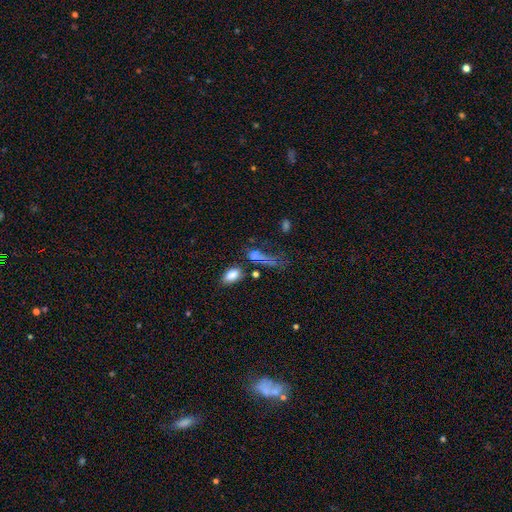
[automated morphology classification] This appears to be a smooth galaxy with no disk features (67%) that is in between round and cigar-shaped (61%). Merging: none (36%).